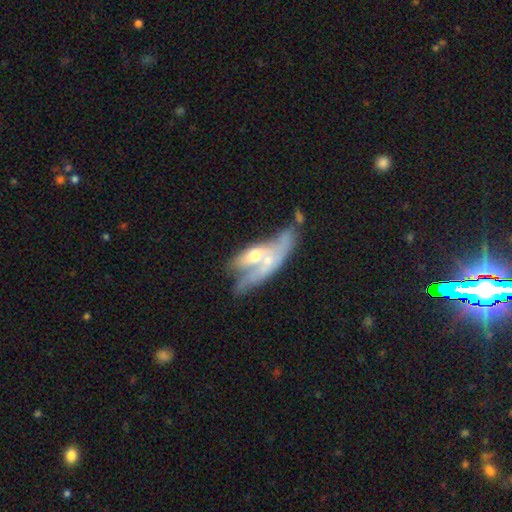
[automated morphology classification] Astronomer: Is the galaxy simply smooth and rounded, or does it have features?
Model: featured or disk — 61%.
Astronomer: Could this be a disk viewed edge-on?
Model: no — 70%.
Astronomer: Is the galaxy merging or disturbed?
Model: merger — 53%.